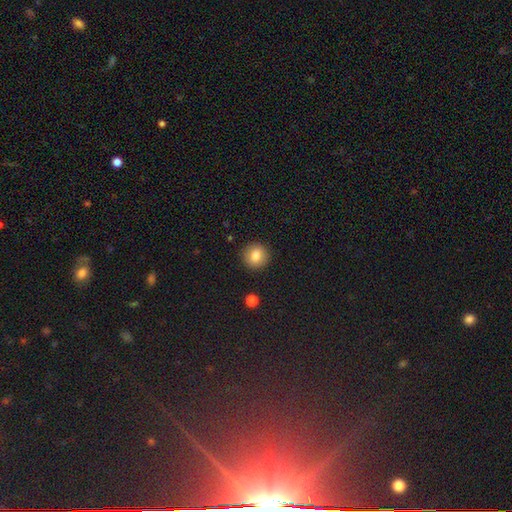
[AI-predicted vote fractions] A smooth galaxy with no disk features (83%) that is round (92%). Merging: none (91%).